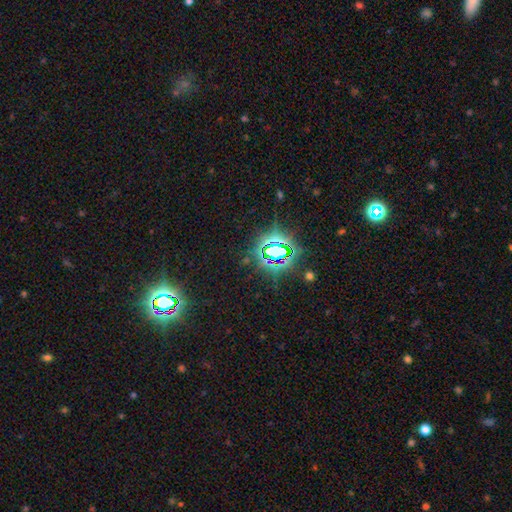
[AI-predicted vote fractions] A star or artifact, not a galaxy (81%).

Vote fractions:
- Smooth or featured? star or artifact: 81% / smooth: 12% / featured or disk: 7%